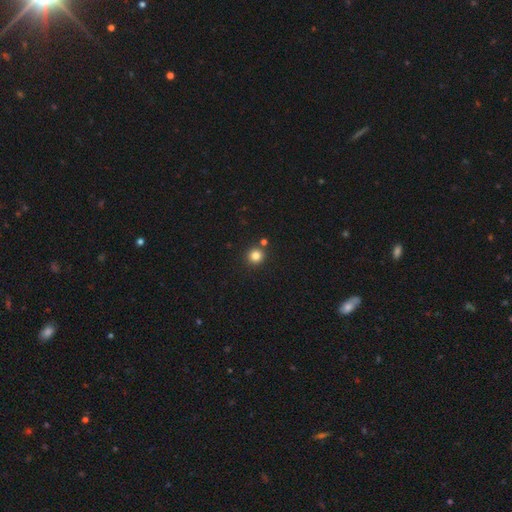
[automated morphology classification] Smooth or featured: smooth — 82% (star or artifact — 13%)
How rounded: round — 94% (in between — 5%)
Merging: none — 84% (merger — 8%)